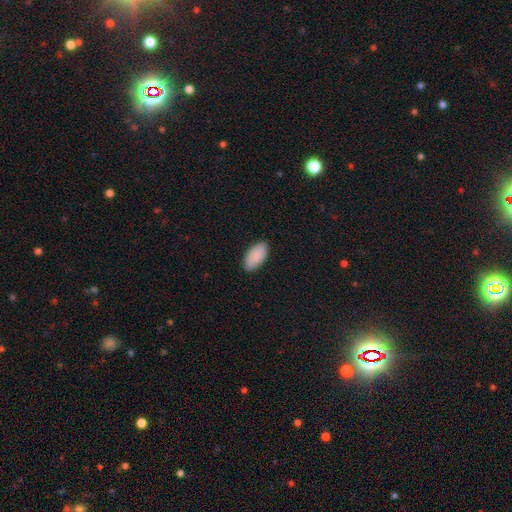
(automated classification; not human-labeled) The model was most divided on "merging": none: 84%, minor disturbance: 13%, major disturbance: 2%, merger: 1%. More confident: how rounded — in between (95%); smooth or featured — smooth (86%).